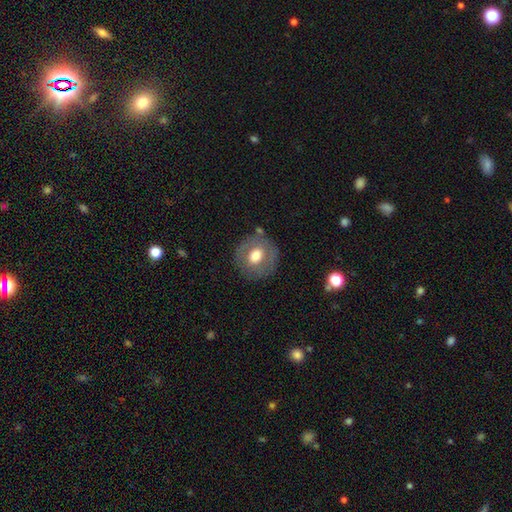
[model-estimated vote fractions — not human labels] Smooth or featured: smooth — 62% (featured or disk — 31%)
How rounded: round — 82% (in between — 17%)
Merging: none — 79% (minor disturbance — 13%)